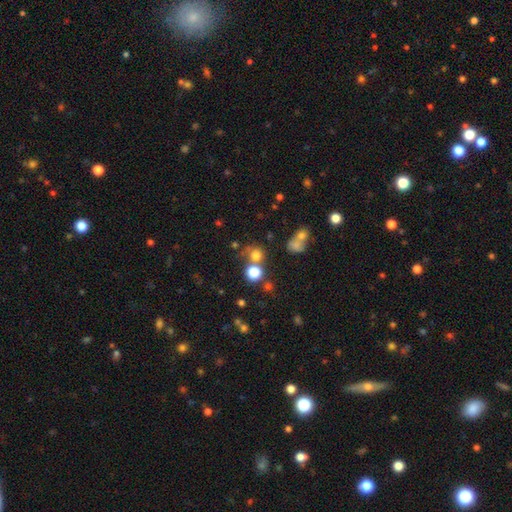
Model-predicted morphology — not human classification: Smooth or featured? smooth (71%)
How rounded? round (88%)
Merging? none (62%)